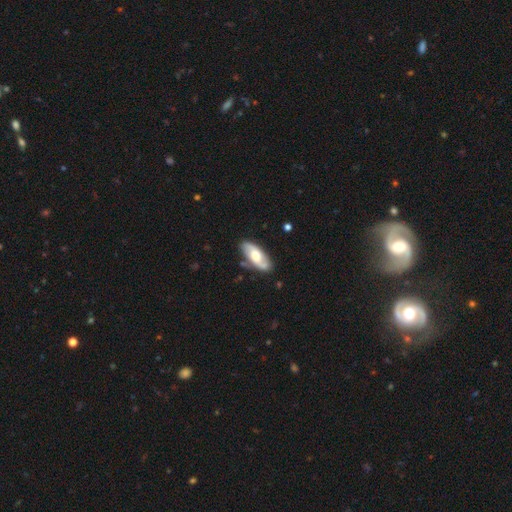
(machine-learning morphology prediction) featured or disk 58%, smooth 37%, star or artifact 5%. Down the decision tree: edge-on disk — no (85%); merging — none (80%).